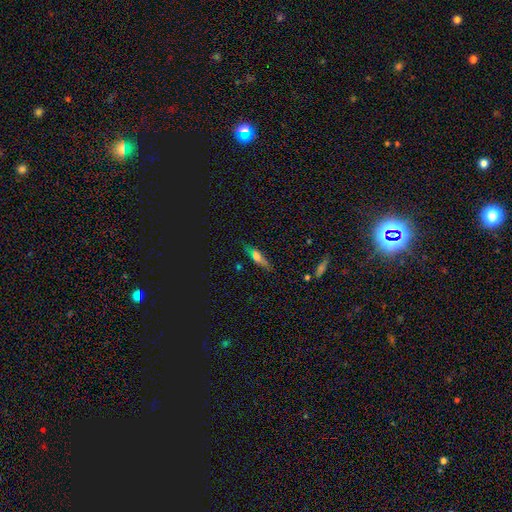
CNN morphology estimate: The model was most divided on "how rounded": cigar-shaped: 50%, in between: 46%, round: 5%. More confident: merging — none (74%); smooth or featured — smooth (56%).